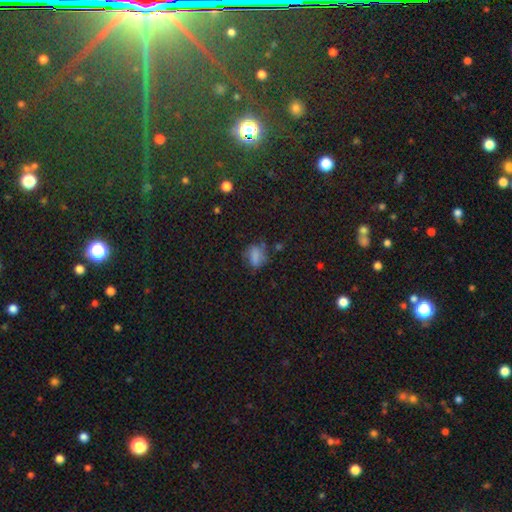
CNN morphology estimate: Smooth or featured? smooth (67%)
How rounded? in between (62%)
Merging? none (51%)